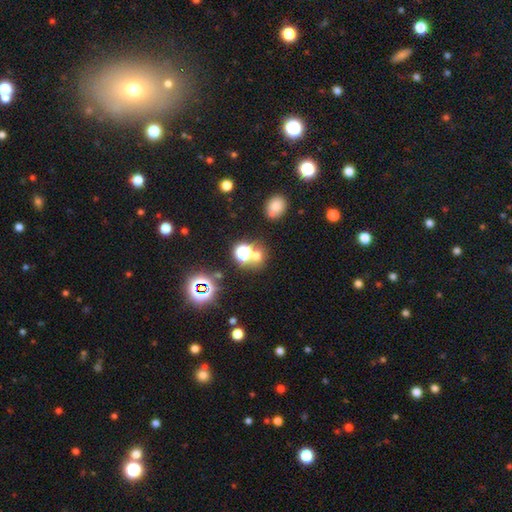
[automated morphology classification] Smooth or featured? Predicted: smooth (p=0.54). How rounded? Predicted: round (p=0.78). Merging? Predicted: none (p=0.60).